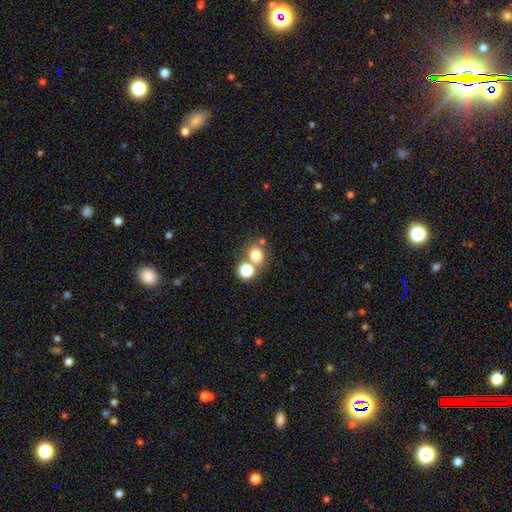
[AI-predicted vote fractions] Morphology: type=smooth (75%); roundness=round (74%); merging=none (59%).